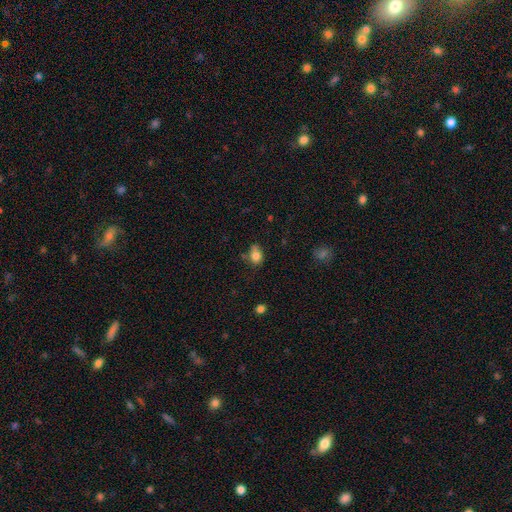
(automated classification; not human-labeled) smooth_or_featured: smooth (p=0.80) [alt: star or artifact p=0.11]
how_rounded: in between (p=0.58) [alt: round p=0.41]
merging: none (p=0.52) [alt: minor disturbance p=0.31]